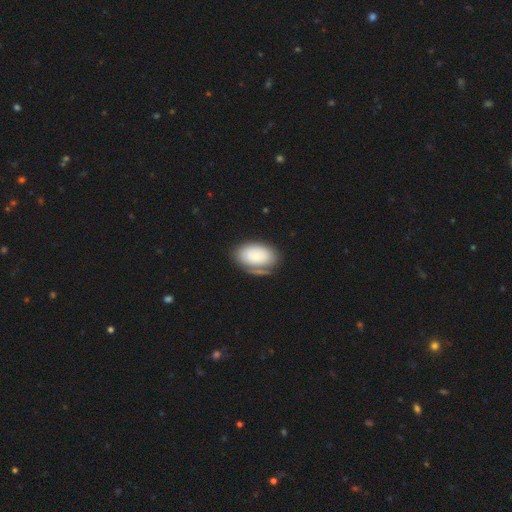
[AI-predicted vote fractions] The model was most divided on "merging": none: 59%, minor disturbance: 21%, merger: 10%, major disturbance: 9%. More confident: how rounded — in between (91%); smooth or featured — smooth (74%).